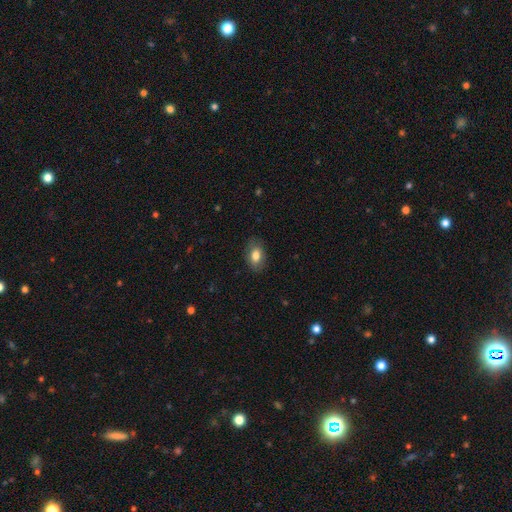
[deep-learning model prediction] Smooth or featured? Predicted: smooth (p=0.79). How rounded? Predicted: in between (p=0.87). Merging? Predicted: none (p=0.81).